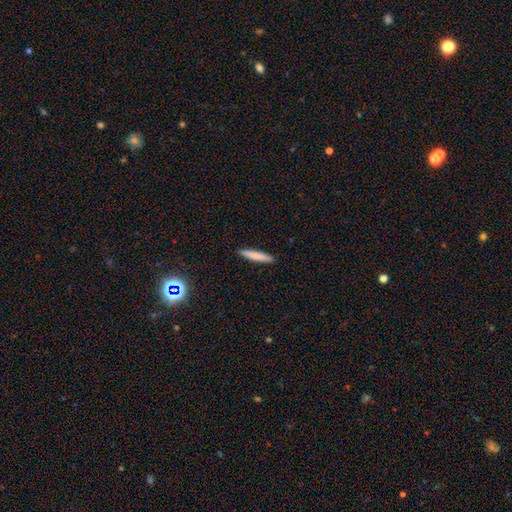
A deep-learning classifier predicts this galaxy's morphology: This appears to be a smooth galaxy with no disk features (81%) that is cigar-shaped (93%). Merging: none (92%).